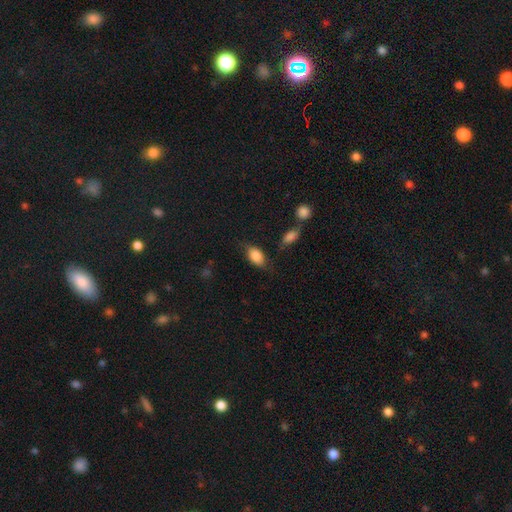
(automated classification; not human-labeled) Smooth or featured: smooth — 84% (featured or disk — 9%)
How rounded: in between — 88% (round — 9%)
Merging: none — 64% (minor disturbance — 24%)